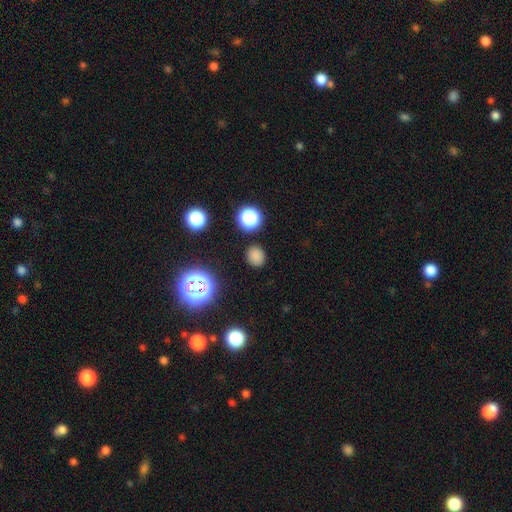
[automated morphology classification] Overall: smooth (76%). How rounded: round (78%). Merging: none (87%).